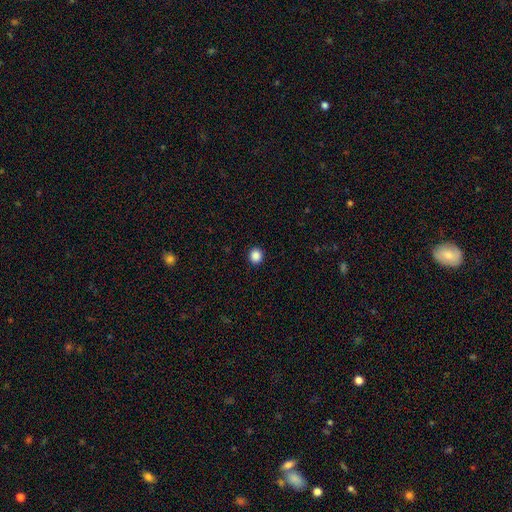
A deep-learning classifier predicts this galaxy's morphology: A smooth galaxy with no disk features (88%) that is round (87%). Merging: none (93%).